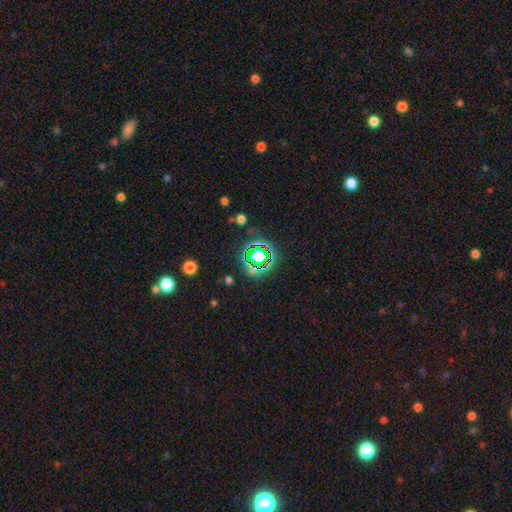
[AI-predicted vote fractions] Overall: star or artifact (67%).